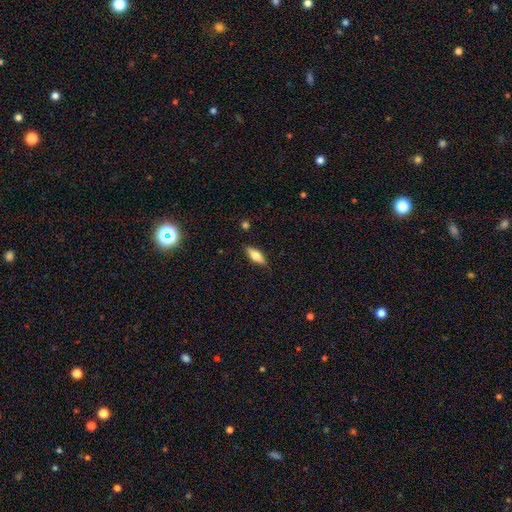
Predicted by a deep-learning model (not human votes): This appears to be a smooth galaxy with no disk features (69%) that is in between round and cigar-shaped (65%). Merging: none (82%).